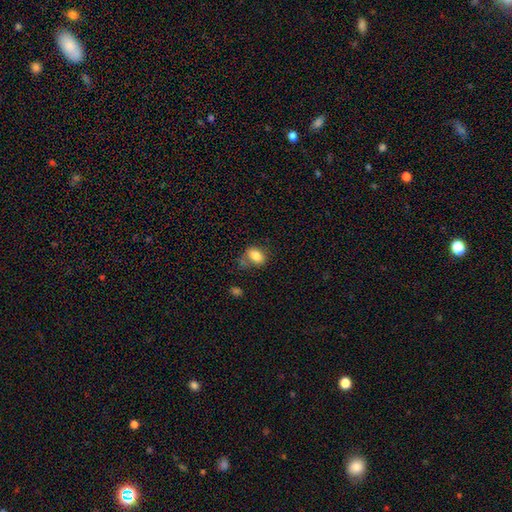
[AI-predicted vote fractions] A smooth galaxy with no disk features (83%) that is in between round and cigar-shaped (77%).

Vote fractions:
- Smooth or featured? smooth: 83% / star or artifact: 9% / featured or disk: 8%
- How rounded? in between: 77% / round: 22% / cigar-shaped: 1%
- Merging? none: 55% / minor disturbance: 24% / major disturbance: 11% / merger: 10%